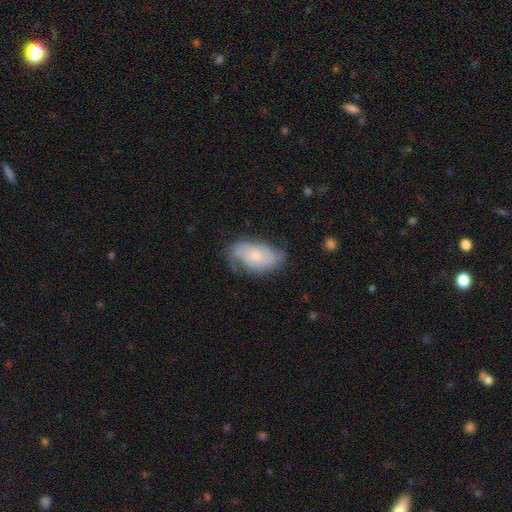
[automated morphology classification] type=featured or disk (61%); edge-on=no (95%); bar=no (74%); spiral arms=yes (87%); bulge=small (51%); merging=none (59%).